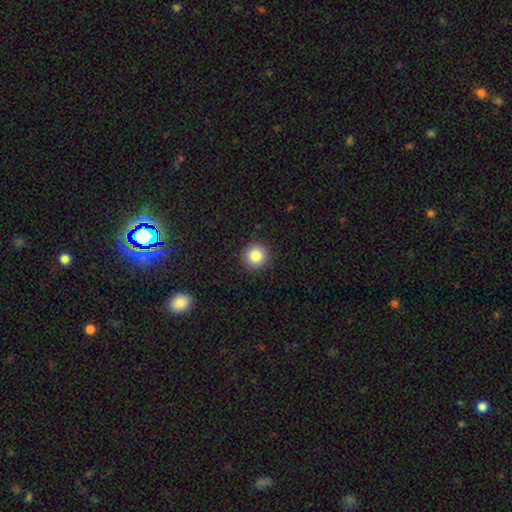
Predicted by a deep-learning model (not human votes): Smooth or featured? Predicted: smooth (p=0.86). How rounded? Predicted: round (p=0.94). Merging? Predicted: none (p=0.92).